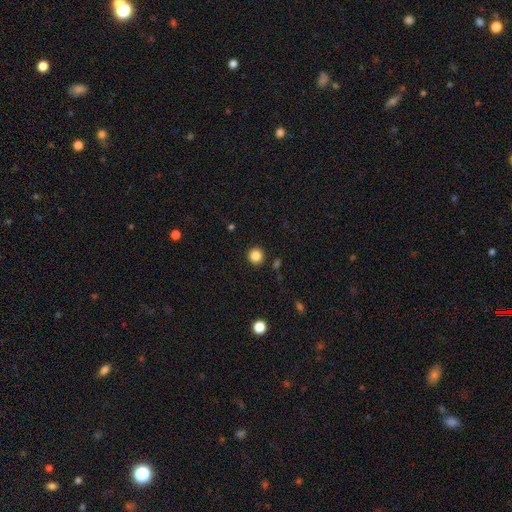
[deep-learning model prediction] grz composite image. It shows a smooth galaxy with no disk features (85%) that is round (93%). Merging: none (91%).